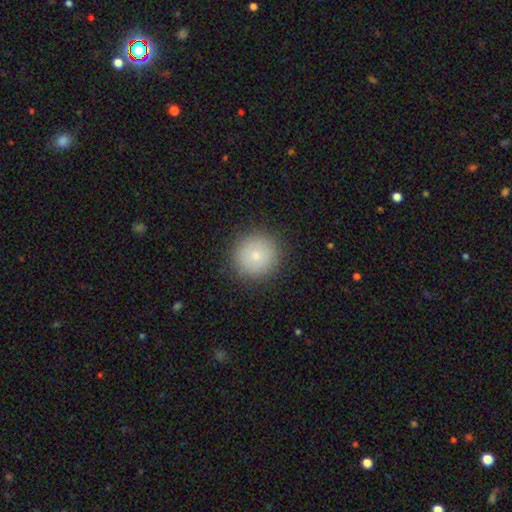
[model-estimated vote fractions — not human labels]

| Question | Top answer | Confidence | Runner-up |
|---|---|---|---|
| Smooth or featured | smooth | 80% | featured or disk (11%) |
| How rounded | round | 94% | in between (5%) |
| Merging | none | 90% | minor disturbance (7%) |